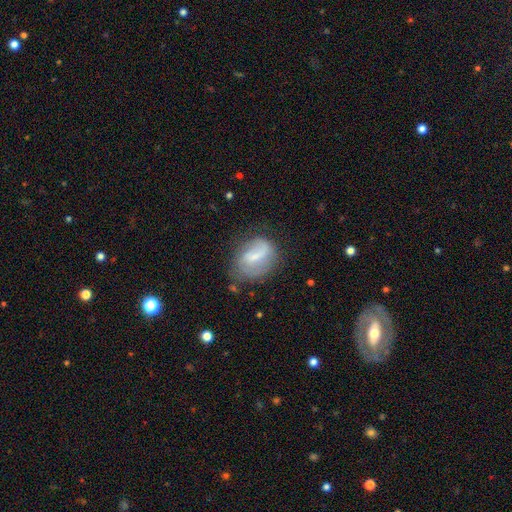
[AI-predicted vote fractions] Smooth or featured? Predicted: featured or disk (p=0.49). Merging? Predicted: none (p=0.54).